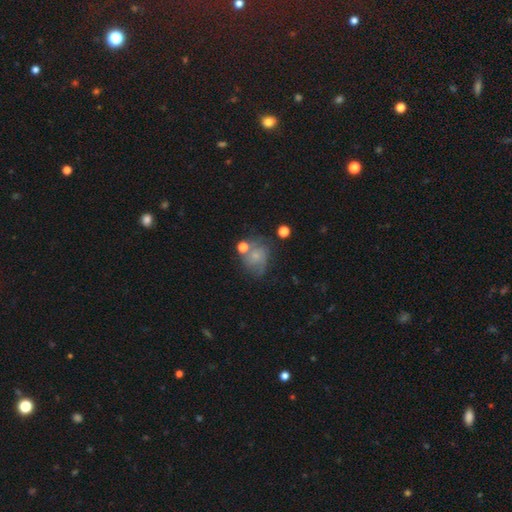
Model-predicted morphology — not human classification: Smooth or featured?
  - smooth: 48% *
  - featured or disk: 39%
  - star or artifact: 13%
Merging?
  - none: 45% *
  - minor disturbance: 26%
  - major disturbance: 18%
  - merger: 12%